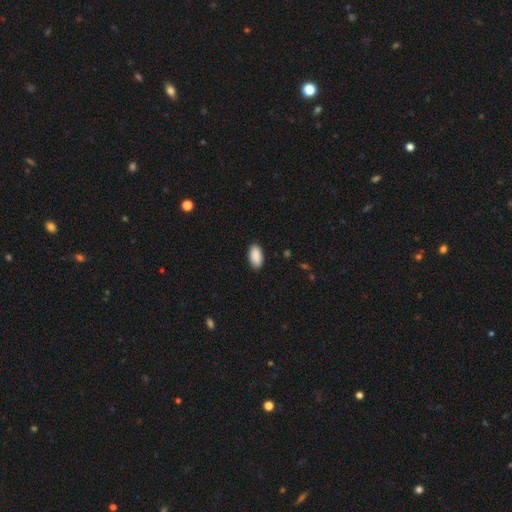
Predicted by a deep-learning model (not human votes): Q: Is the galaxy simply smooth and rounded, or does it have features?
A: smooth — 91%.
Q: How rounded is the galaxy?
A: in between — 94%.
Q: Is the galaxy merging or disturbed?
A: none — 89%.